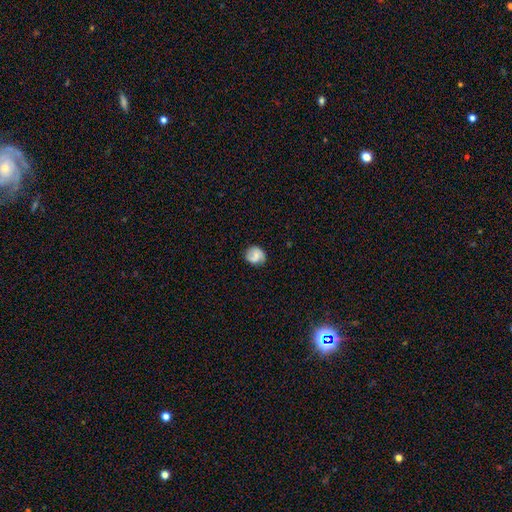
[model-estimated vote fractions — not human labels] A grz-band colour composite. It shows a featured or disk galaxy (46%). Merging: none (78%).